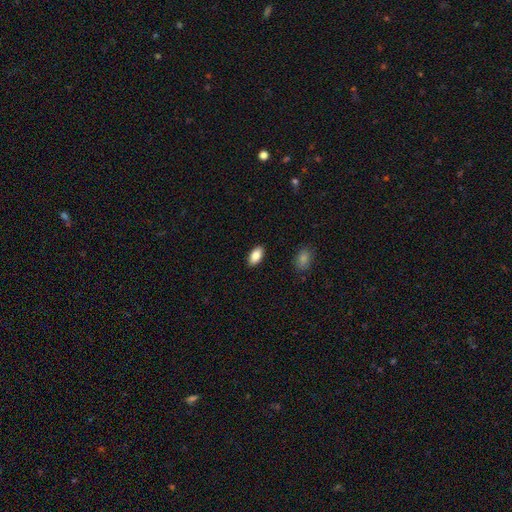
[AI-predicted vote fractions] This appears to be a smooth galaxy with no disk features (87%) that is in between round and cigar-shaped (93%). Merging: none (89%).